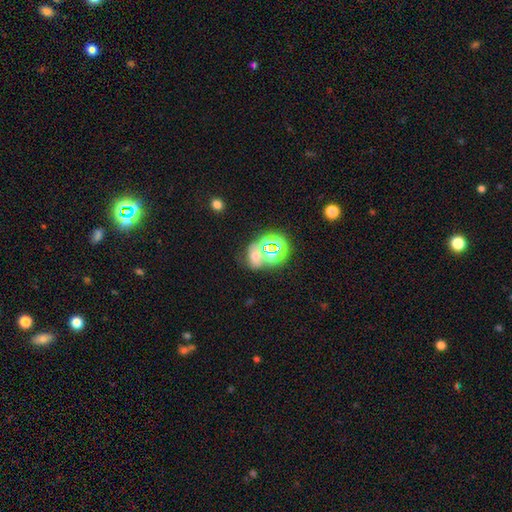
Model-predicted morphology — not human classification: smooth 43%, star or artifact 40%, featured or disk 17%. Down the decision tree: merging — none (42%).